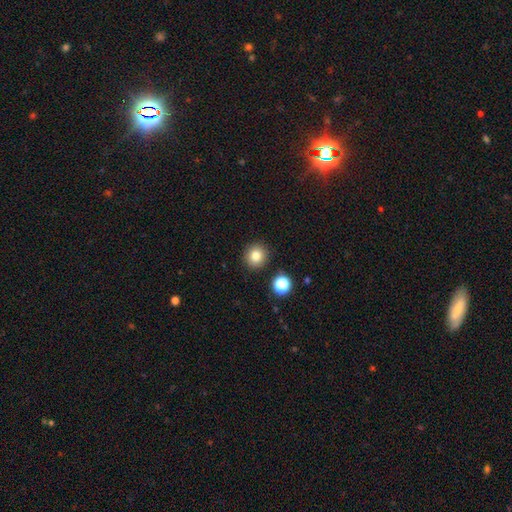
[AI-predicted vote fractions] This appears to be a smooth galaxy with no disk features (82%) that is round (91%). Merging: none (90%).